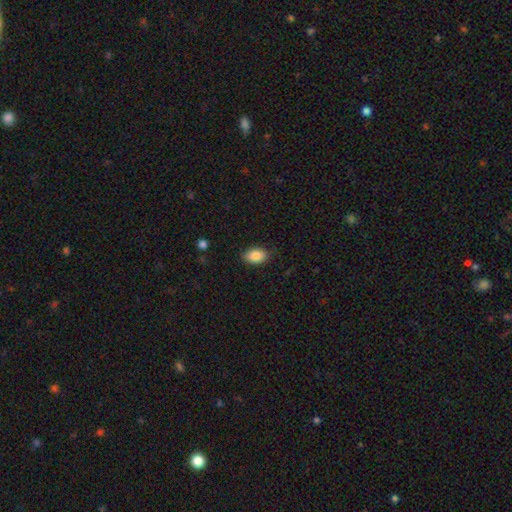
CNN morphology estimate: The model was most divided on "merging": none: 85%, minor disturbance: 12%, major disturbance: 3%, merger: 1%. More confident: how rounded — in between (88%); smooth or featured — smooth (87%).